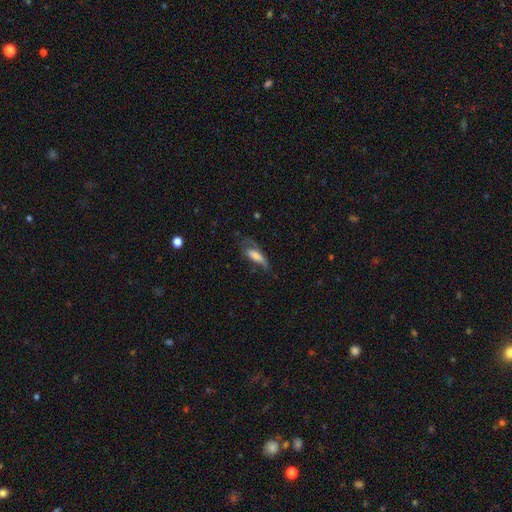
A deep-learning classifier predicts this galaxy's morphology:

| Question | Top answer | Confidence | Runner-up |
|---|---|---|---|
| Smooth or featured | smooth | 66% | featured or disk (26%) |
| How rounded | in between | 59% | cigar-shaped (39%) |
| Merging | none | 35% | minor disturbance (31%) |